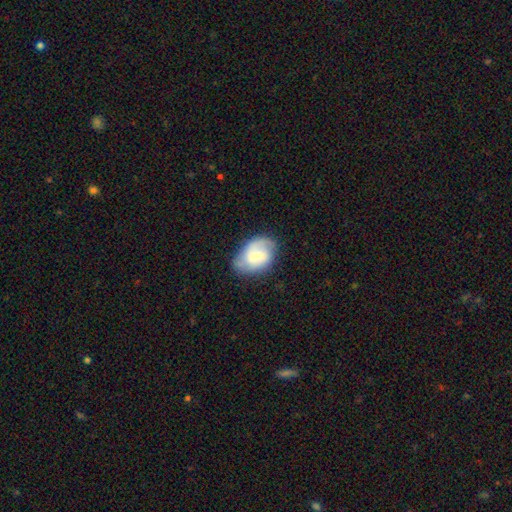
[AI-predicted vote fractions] featured or disk 48%, smooth 45%, star or artifact 7%. Down the decision tree: merging — none (61%).